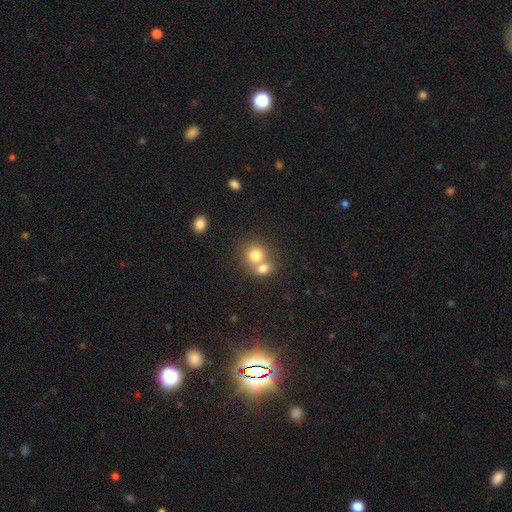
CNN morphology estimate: This is likely a smooth galaxy (77%). How rounded: likely round (77%). Merging: possibly merger (57%).